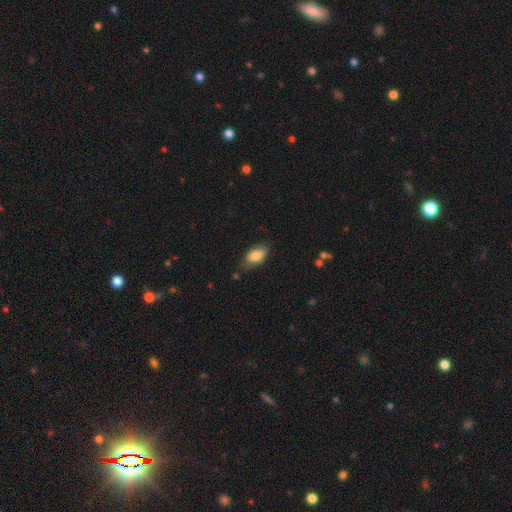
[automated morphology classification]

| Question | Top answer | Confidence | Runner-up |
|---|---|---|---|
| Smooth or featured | smooth | 82% | featured or disk (11%) |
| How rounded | in between | 91% | cigar-shaped (5%) |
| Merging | none | 69% | minor disturbance (24%) |